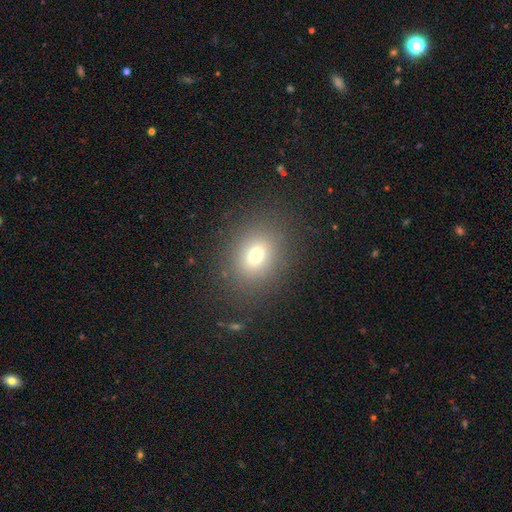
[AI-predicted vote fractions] The model was most divided on "how rounded": round: 65%, in between: 34%, cigar-shaped: 1%. More confident: merging — none (84%); smooth or featured — smooth (71%).